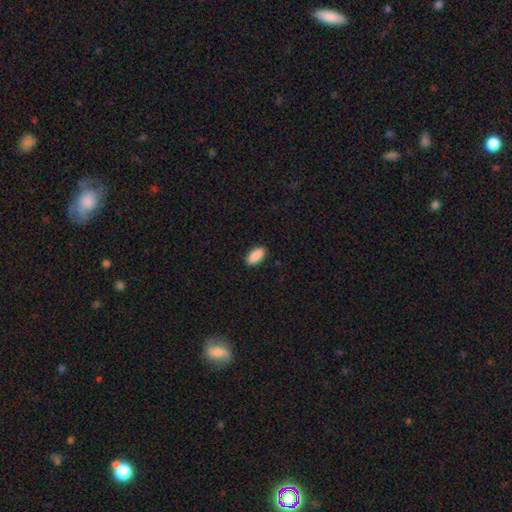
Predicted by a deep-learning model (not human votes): Q: Smooth or featured?
A: smooth (90%); runner-up: star or artifact (6%)
Q: How rounded?
A: in between (86%); runner-up: cigar-shaped (11%)
Q: Merging?
A: none (89%); runner-up: minor disturbance (8%)